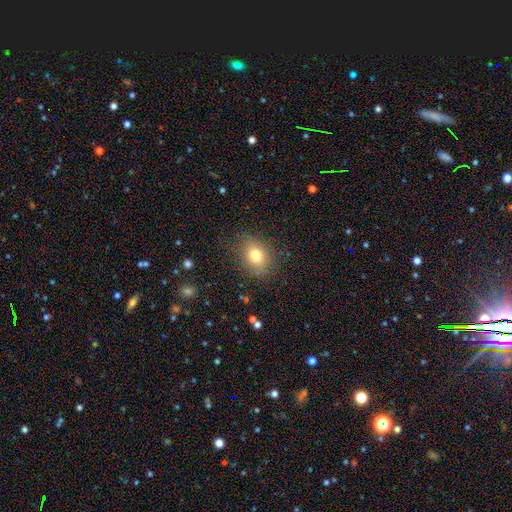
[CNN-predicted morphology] smooth_or_featured: smooth (p=0.75) [alt: featured or disk p=0.13]
how_rounded: in between (p=0.58) [alt: round p=0.40]
merging: none (p=0.81) [alt: minor disturbance p=0.13]